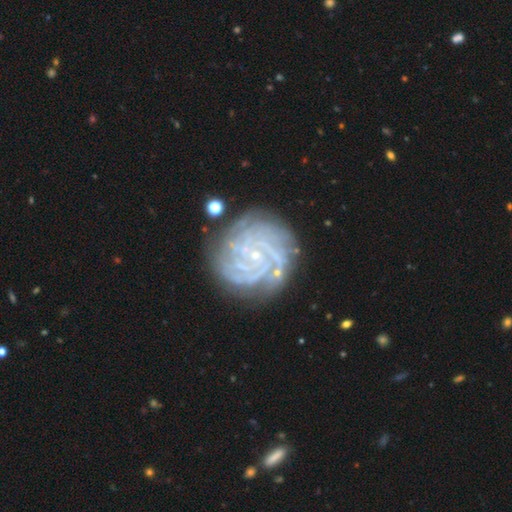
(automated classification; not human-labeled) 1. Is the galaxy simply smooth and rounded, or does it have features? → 85% featured or disk, 8% star or artifact, 7% smooth.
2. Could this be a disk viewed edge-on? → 98% no, 2% yes.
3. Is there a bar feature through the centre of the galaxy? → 68% no, 24% weak, 8% strong.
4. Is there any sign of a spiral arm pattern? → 97% yes, 3% no.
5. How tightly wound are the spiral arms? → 77% tight, 19% medium, 4% loose.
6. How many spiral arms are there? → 27% 4, 23% more than 4, 20% can't tell, 13% 3, 9% 2, 8% 1.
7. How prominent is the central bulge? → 86% small, 7% moderate, 5% none, 1% large, 1% dominant.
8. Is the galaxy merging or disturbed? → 78% none, 14% minor disturbance, 6% major disturbance, 2% merger.